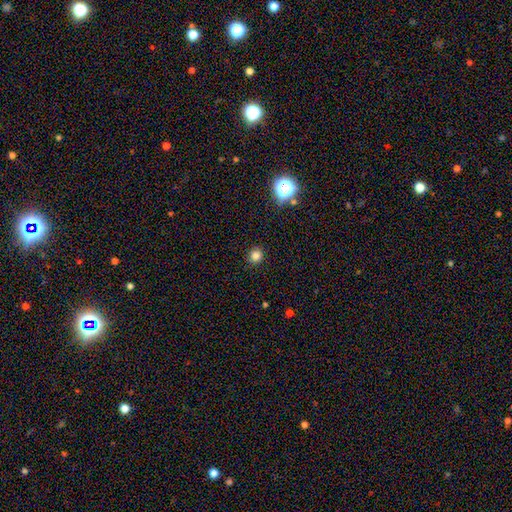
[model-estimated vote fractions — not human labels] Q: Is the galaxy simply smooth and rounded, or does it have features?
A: smooth — 81%.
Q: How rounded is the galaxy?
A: round — 88%.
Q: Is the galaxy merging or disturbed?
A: none — 90%.